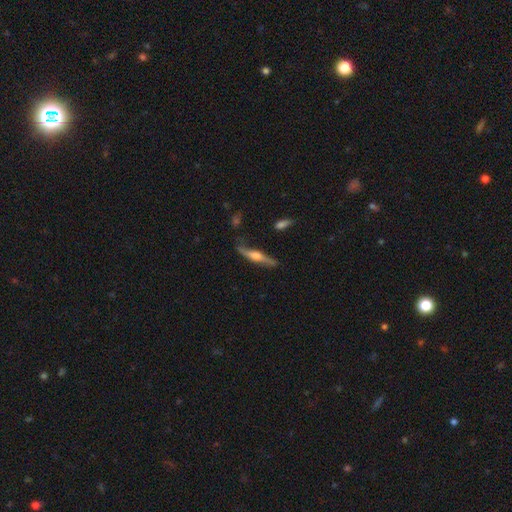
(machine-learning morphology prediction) smooth_or_featured: featured or disk (p=0.71) [alt: smooth p=0.24]
disk_edge_on: yes (p=0.93) [alt: no p=0.07]
edge_on_bulge: rounded (p=0.88) [alt: boxy p=0.08]
merging: none (p=0.76) [alt: minor disturbance p=0.17]